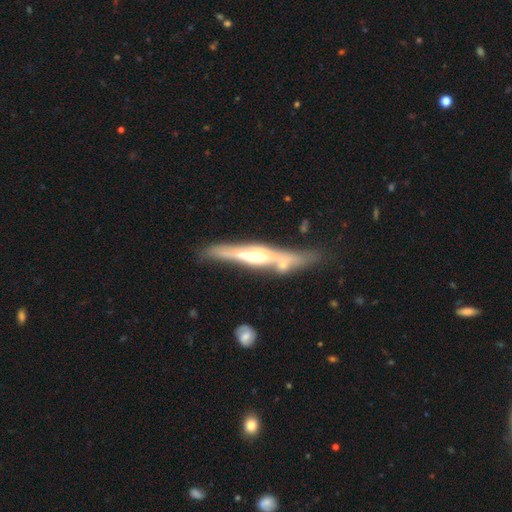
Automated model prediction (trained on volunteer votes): Smooth or featured? featured or disk (74%)
Edge-on disk? yes (92%)
Edge-on bulge? rounded (74%)
Merging? none (69%)